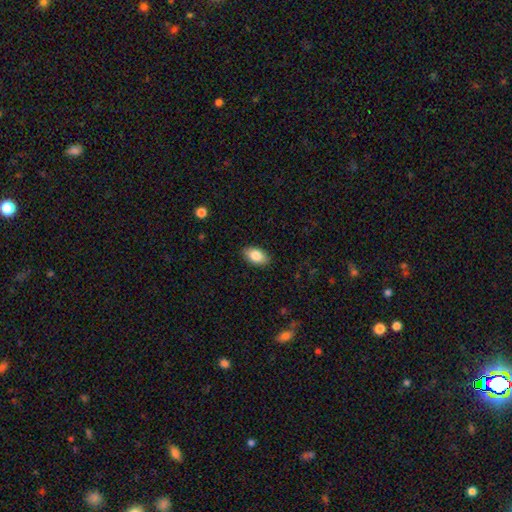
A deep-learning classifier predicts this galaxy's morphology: Q: Smooth or featured?
A: smooth (84%); runner-up: featured or disk (9%)
Q: How rounded?
A: in between (92%); runner-up: round (6%)
Q: Merging?
A: none (88%); runner-up: minor disturbance (9%)